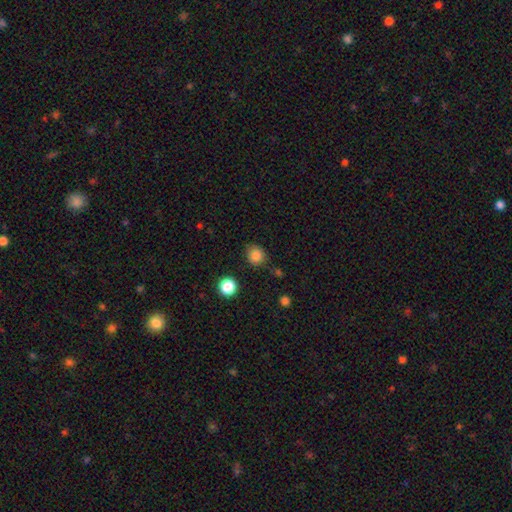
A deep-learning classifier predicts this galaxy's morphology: Smooth or featured: smooth — 84% (star or artifact — 11%)
How rounded: round — 83% (in between — 16%)
Merging: none — 82% (minor disturbance — 12%)